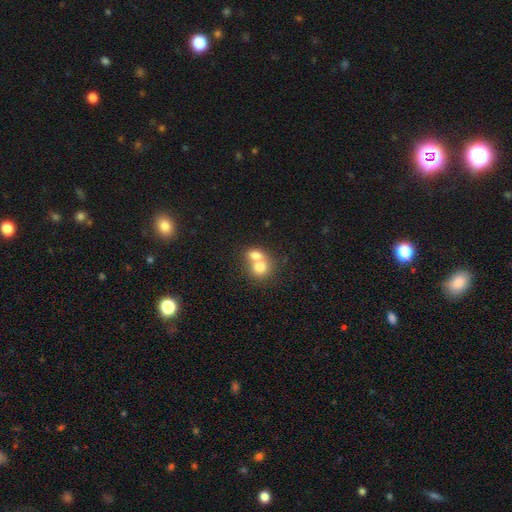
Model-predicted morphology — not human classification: smooth-or-featured: smooth: 72% | featured or disk: 19% | star or artifact: 9%
  how-rounded: round: 66% | in between: 33% | cigar-shaped: 1%
  merging: merger: 71% | none: 22% | minor disturbance: 5% | major disturbance: 3%